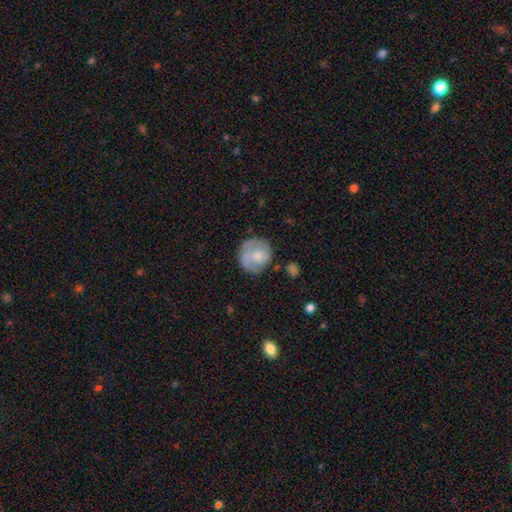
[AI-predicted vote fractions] Smooth or featured?
  - smooth: 57% *
  - featured or disk: 36%
  - star or artifact: 7%
How rounded?
  - round: 86% *
  - in between: 13%
  - cigar-shaped: 1%
Merging?
  - none: 62% *
  - minor disturbance: 22%
  - major disturbance: 12%
  - merger: 4%